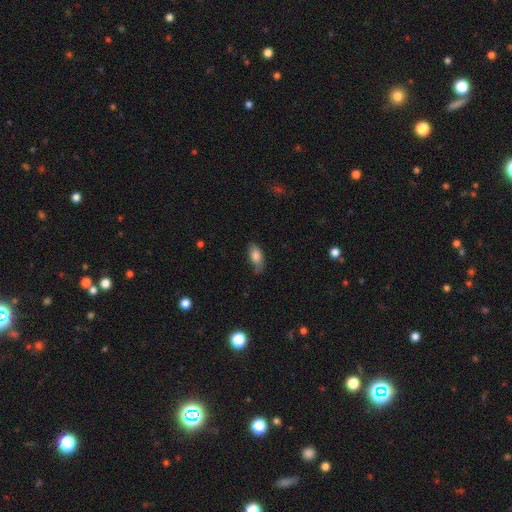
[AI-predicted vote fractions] smooth-or-featured: smooth: 81% | featured or disk: 12% | star or artifact: 7%
  how-rounded: in between: 86% | cigar-shaped: 10% | round: 3%
  merging: none: 60% | minor disturbance: 31% | major disturbance: 8% | merger: 2%